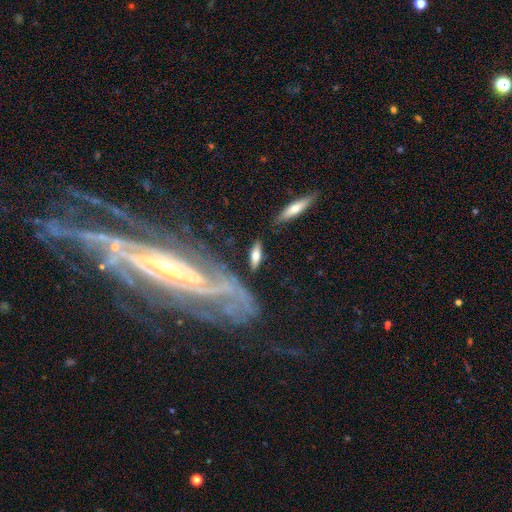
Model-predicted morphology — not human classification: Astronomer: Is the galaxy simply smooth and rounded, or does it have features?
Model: smooth — 55% (runner-up: featured or disk, 38%).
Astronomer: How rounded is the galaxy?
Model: in between — 54% (runner-up: cigar-shaped, 43%).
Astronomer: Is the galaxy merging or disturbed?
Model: none — 77%.